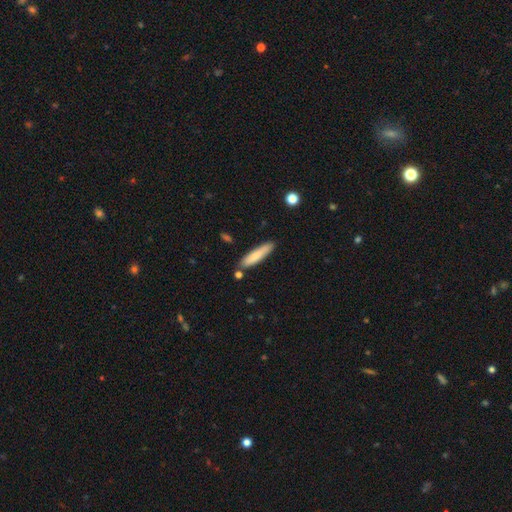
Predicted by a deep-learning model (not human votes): smooth 80%, featured or disk 14%, star or artifact 6%. Down the decision tree: how rounded — cigar-shaped (82%); merging — none (81%).